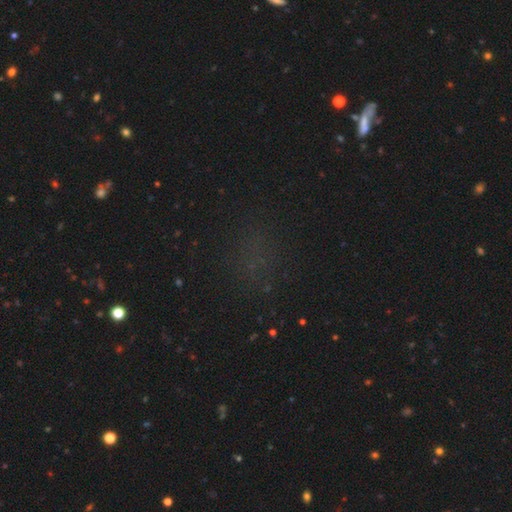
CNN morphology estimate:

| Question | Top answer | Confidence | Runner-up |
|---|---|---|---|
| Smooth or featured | star or artifact | 58% | smooth (31%) |